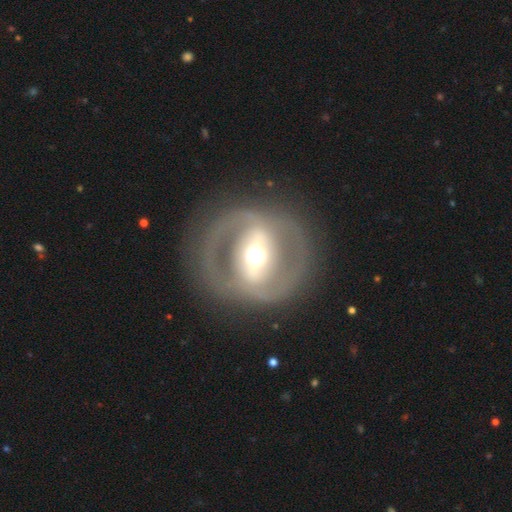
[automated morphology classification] smooth_or_featured: featured or disk (p=0.73) [alt: smooth p=0.21]
disk_edge_on: no (p=0.92) [alt: yes p=0.08]
bar: strong (p=0.60) [alt: weak p=0.22]
has_spiral_arms: no (p=0.64) [alt: yes p=0.36]
bulge_size: moderate (p=0.63) [alt: large p=0.20]
merging: none (p=0.78) [alt: minor disturbance p=0.10]